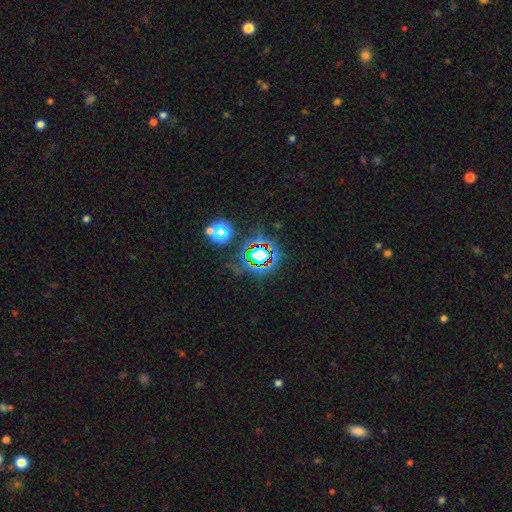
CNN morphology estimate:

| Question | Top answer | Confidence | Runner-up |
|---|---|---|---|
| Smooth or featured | star or artifact | 75% | smooth (15%) |